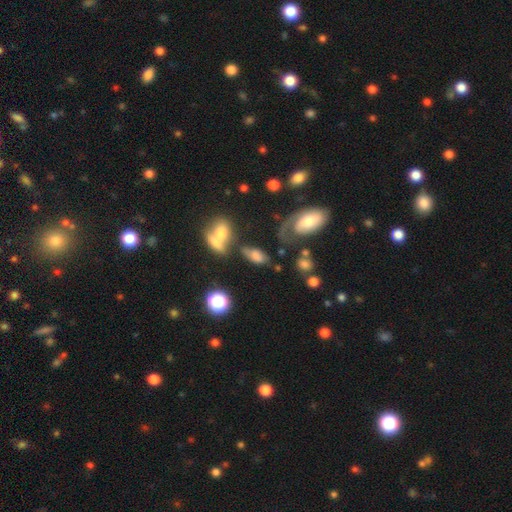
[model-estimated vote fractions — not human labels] Smooth or featured?
  - smooth: 59% *
  - featured or disk: 28%
  - star or artifact: 13%
How rounded?
  - in between: 87% *
  - round: 8%
  - cigar-shaped: 5%
Merging?
  - none: 40% *
  - major disturbance: 20%
  - minor disturbance: 20%
  - merger: 20%